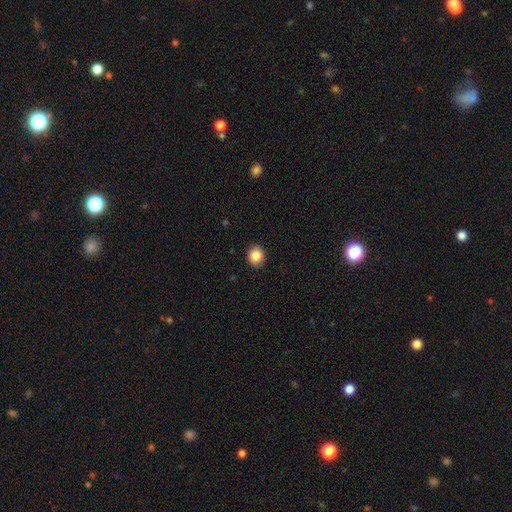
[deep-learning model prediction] Overall: smooth (87%). How rounded: round (76%). Merging: none (91%).